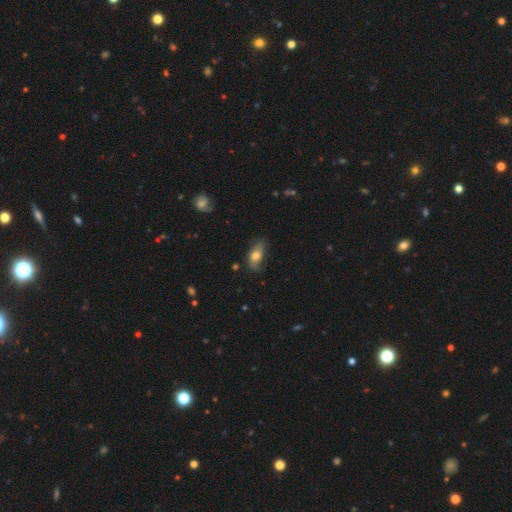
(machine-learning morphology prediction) A smooth galaxy with no disk features (61%) that is in between round and cigar-shaped (85%). Merging: none (56%).